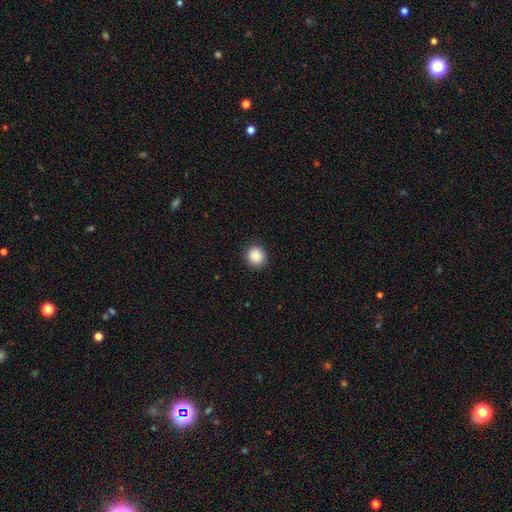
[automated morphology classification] Smooth or featured? Predicted: smooth (p=0.89). How rounded? Predicted: round (p=0.85). Merging? Predicted: none (p=0.91).